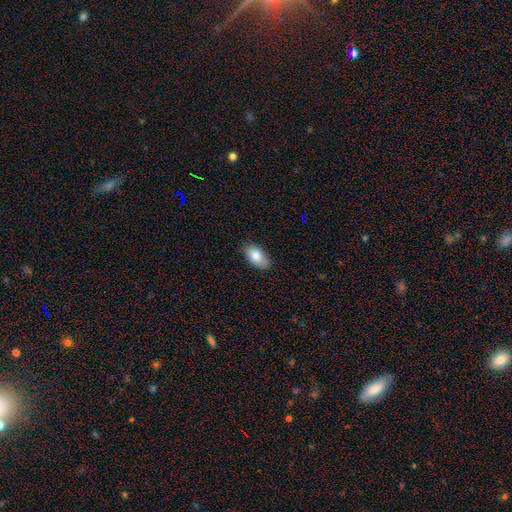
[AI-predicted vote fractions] Smooth or featured? smooth (84%)
How rounded? in between (93%)
Merging? none (81%)